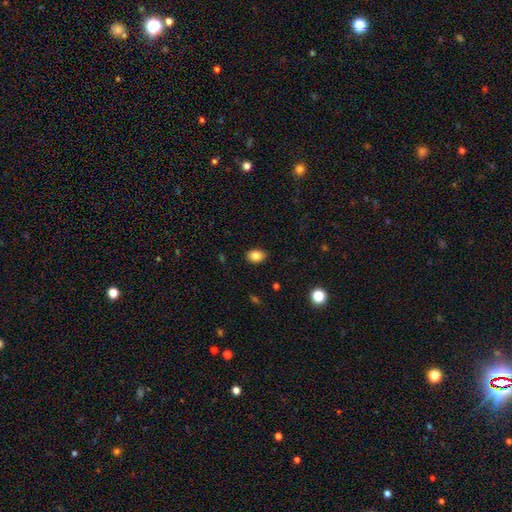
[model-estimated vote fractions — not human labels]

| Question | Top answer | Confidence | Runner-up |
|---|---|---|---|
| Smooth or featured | smooth | 85% | star or artifact (9%) |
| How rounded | in between | 72% | round (27%) |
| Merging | none | 89% | minor disturbance (8%) |